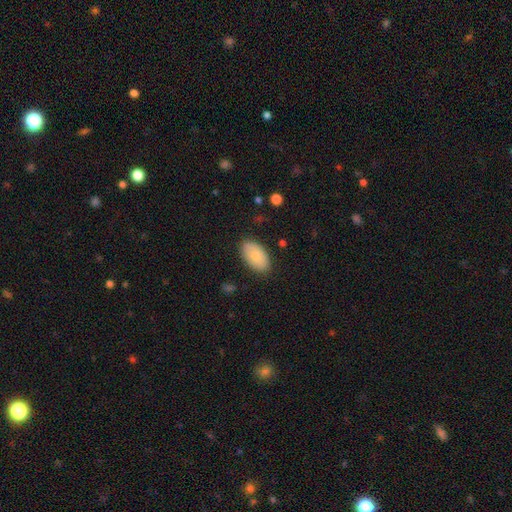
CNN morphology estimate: A smooth galaxy with no disk features (82%) that is in between round and cigar-shaped (95%).

Vote fractions:
- Smooth or featured? smooth: 82% / featured or disk: 12% / star or artifact: 6%
- How rounded? in between: 95% / round: 4% / cigar-shaped: 1%
- Merging? none: 85% / minor disturbance: 11% / major disturbance: 2% / merger: 1%